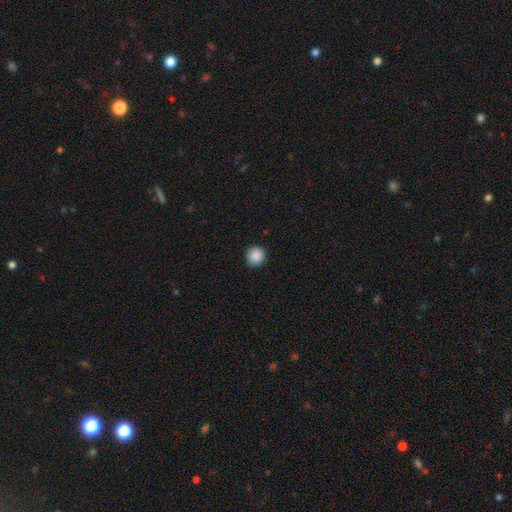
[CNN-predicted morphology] A smooth galaxy with no disk features (89%) that is round (94%).

Vote fractions:
- Smooth or featured? smooth: 89% / star or artifact: 9% / featured or disk: 2%
- How rounded? round: 94% / in between: 5% / cigar-shaped: 1%
- Merging? none: 92% / minor disturbance: 6% / major disturbance: 2% / merger: 1%